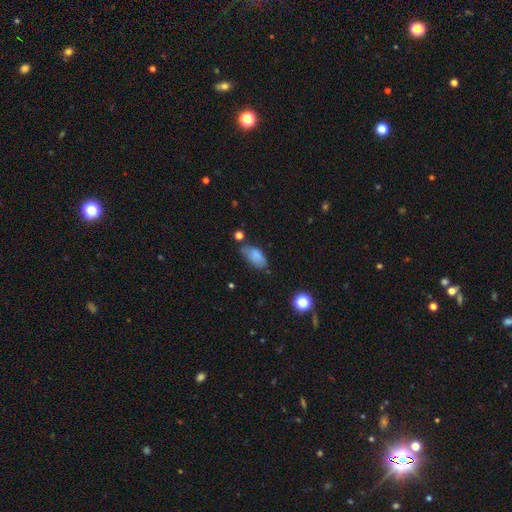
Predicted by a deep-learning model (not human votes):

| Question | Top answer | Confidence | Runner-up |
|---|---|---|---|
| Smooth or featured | smooth | 78% | featured or disk (12%) |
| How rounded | in between | 89% | cigar-shaped (7%) |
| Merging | none | 47% | minor disturbance (35%) |